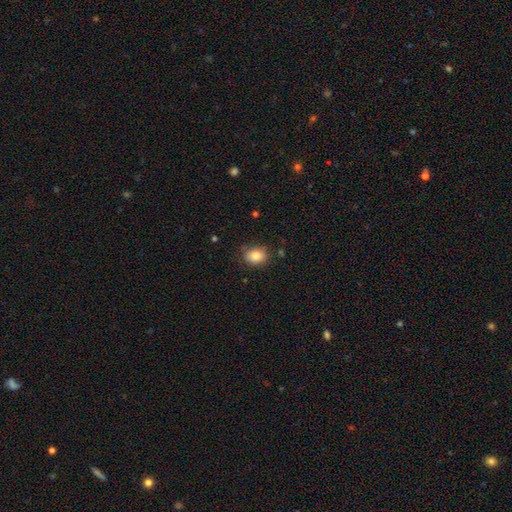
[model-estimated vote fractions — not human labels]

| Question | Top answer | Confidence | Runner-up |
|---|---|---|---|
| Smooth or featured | smooth | 84% | star or artifact (9%) |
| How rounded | in between | 59% | round (40%) |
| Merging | none | 79% | minor disturbance (15%) |